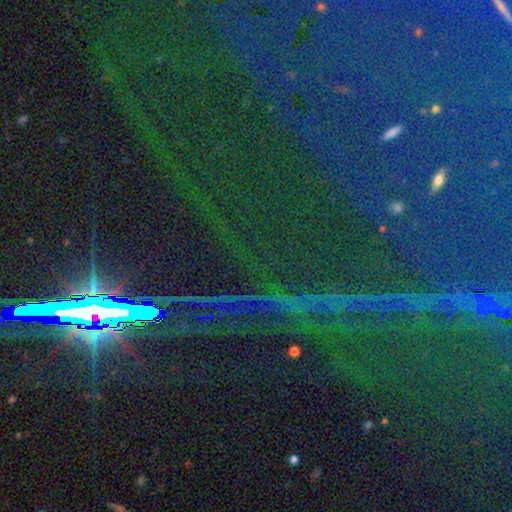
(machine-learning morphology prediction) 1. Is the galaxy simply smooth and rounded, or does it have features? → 88% star or artifact, 6% featured or disk, 5% smooth.